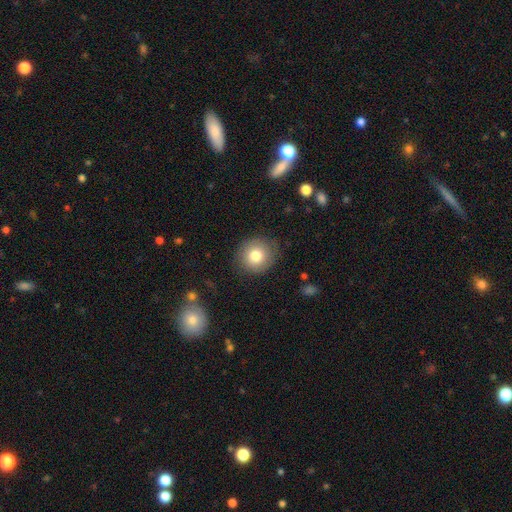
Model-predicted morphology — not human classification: Smooth or featured: smooth — 78% (featured or disk — 12%)
How rounded: round — 88% (in between — 11%)
Merging: none — 84% (minor disturbance — 11%)